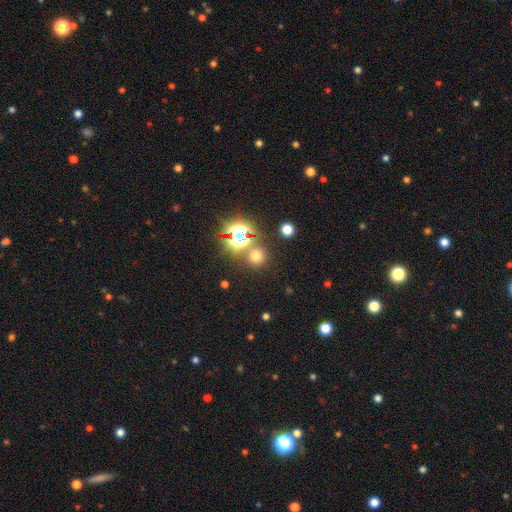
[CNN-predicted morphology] The model was most divided on "smooth or featured": smooth: 60%, star or artifact: 33%, featured or disk: 7%. More confident: how rounded — round (91%); merging — none (79%).